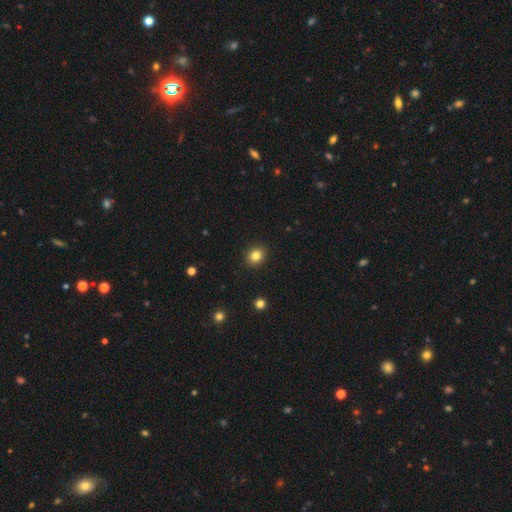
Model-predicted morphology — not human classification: A smooth galaxy with no disk features (83%) that is round (76%). Merging: none (91%).